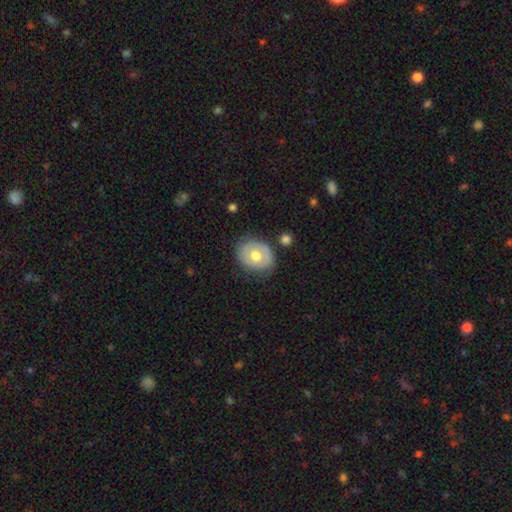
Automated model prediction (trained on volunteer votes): Morphology: type=smooth (52%); roundness=round (57%); merging=none (73%).